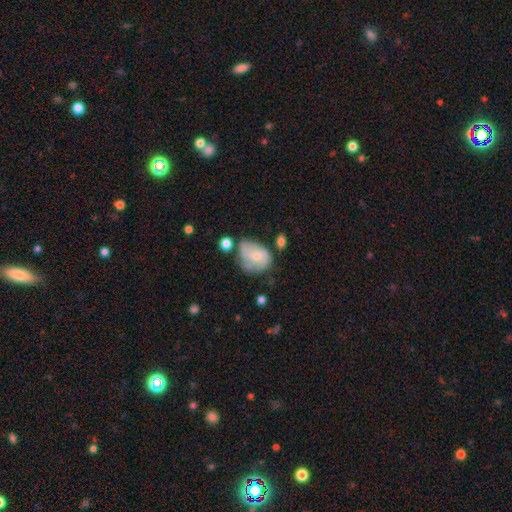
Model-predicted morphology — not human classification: Smooth or featured?
  - smooth: 55% *
  - featured or disk: 36%
  - star or artifact: 8%
How rounded?
  - in between: 62% *
  - round: 37%
  - cigar-shaped: 1%
Merging?
  - minor disturbance: 33% *
  - none: 32%
  - major disturbance: 24%
  - merger: 11%